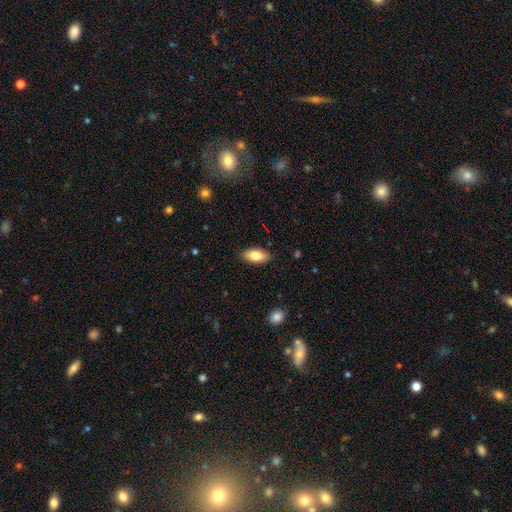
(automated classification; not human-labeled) Smooth or featured? smooth (82%)
How rounded? in between (90%)
Merging? none (88%)